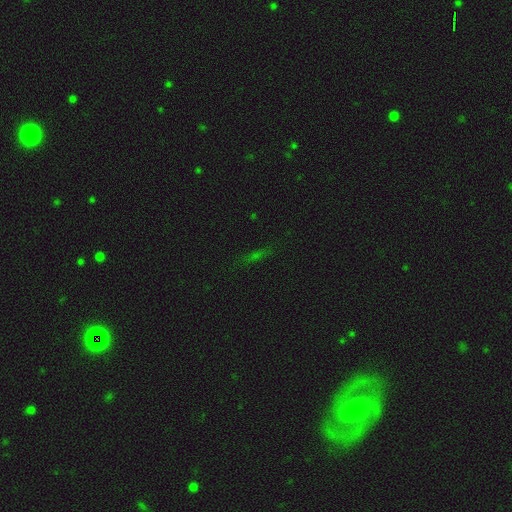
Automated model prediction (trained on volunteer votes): This is possibly a star or artifact rather than a galaxy (47%).